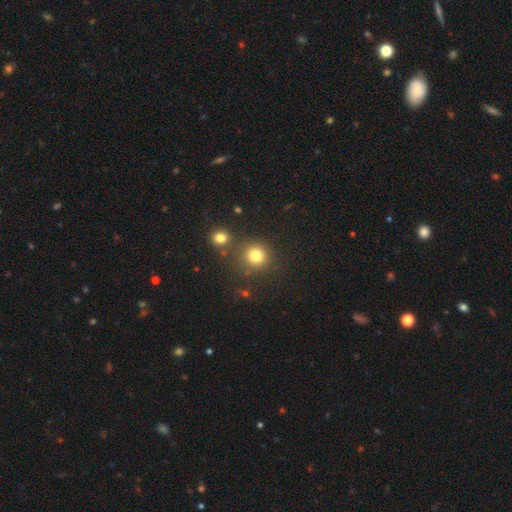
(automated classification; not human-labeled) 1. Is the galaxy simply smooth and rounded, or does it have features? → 79% smooth, 14% star or artifact, 6% featured or disk.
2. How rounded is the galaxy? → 90% round, 9% in between, 1% cigar-shaped.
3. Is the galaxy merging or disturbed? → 74% none, 13% merger, 9% minor disturbance, 4% major disturbance.